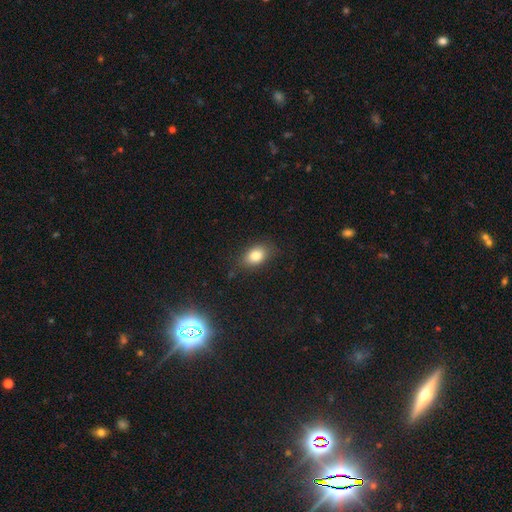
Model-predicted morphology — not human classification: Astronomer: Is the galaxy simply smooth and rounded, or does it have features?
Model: smooth — 81%.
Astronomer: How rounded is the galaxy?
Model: in between — 76%.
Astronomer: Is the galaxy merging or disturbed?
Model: none — 79%.